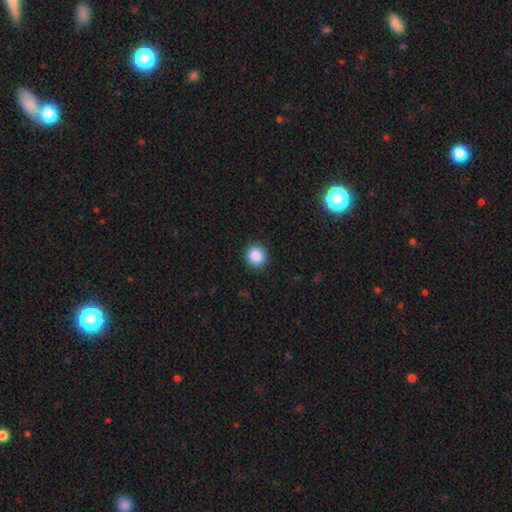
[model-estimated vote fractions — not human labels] A smooth galaxy with no disk features (88%) that is round (92%). Merging: none (92%).